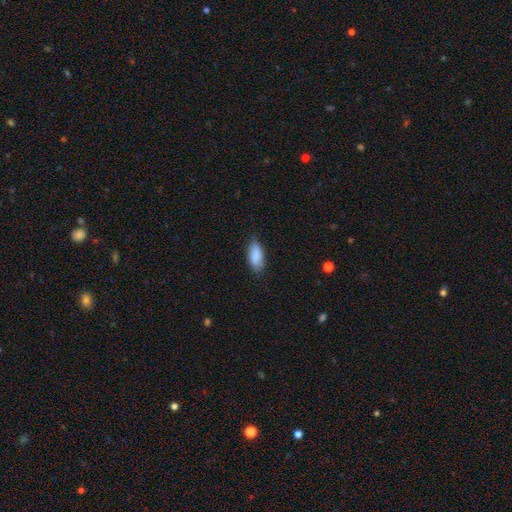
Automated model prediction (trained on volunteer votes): Smooth or featured? Predicted: smooth (p=0.87). How rounded? Predicted: in between (p=0.84). Merging? Predicted: none (p=0.75).